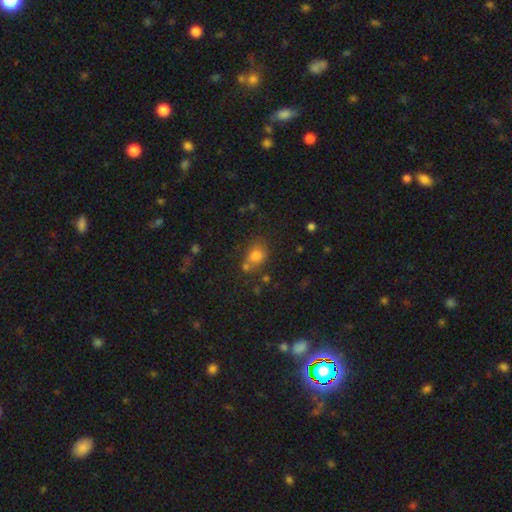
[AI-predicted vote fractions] A smooth galaxy with no disk features (77%) that is round (52%).

Vote fractions:
- Smooth or featured? smooth: 77% / star or artifact: 14% / featured or disk: 9%
- How rounded? round: 52% / in between: 47% / cigar-shaped: 1%
- Merging? none: 52% / merger: 22% / minor disturbance: 18% / major disturbance: 8%